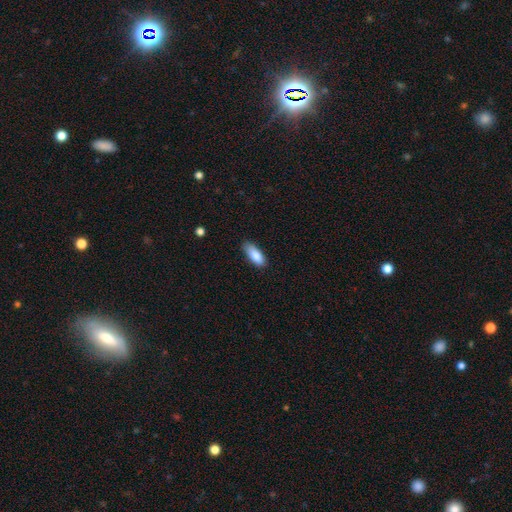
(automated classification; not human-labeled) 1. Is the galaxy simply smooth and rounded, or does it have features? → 85% smooth, 8% featured or disk, 7% star or artifact.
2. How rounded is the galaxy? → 78% in between, 20% cigar-shaped, 2% round.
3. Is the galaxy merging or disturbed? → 77% none, 18% minor disturbance, 3% major disturbance, 1% merger.